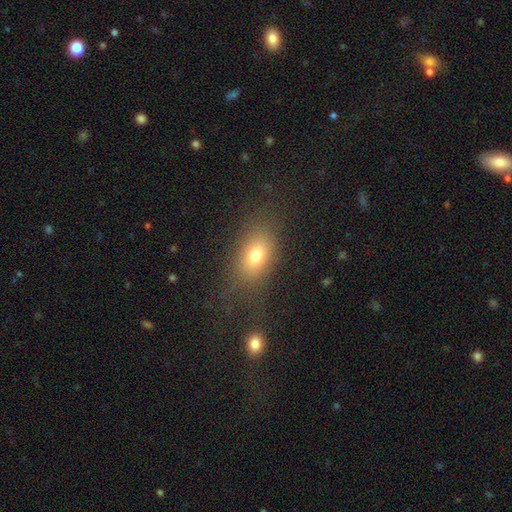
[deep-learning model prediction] Q: Smooth or featured?
A: smooth (73%); runner-up: featured or disk (14%)
Q: How rounded?
A: in between (79%); runner-up: round (17%)
Q: Merging?
A: none (72%); runner-up: minor disturbance (14%)